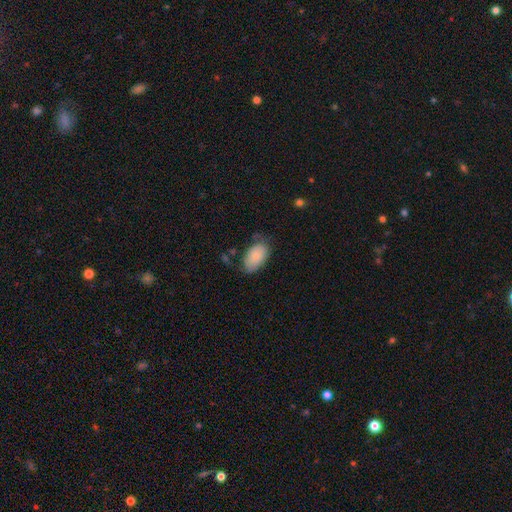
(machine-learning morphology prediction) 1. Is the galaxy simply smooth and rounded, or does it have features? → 85% smooth, 9% featured or disk, 6% star or artifact.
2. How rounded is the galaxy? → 94% in between, 5% round, 1% cigar-shaped.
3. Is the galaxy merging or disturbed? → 59% none, 29% minor disturbance, 9% major disturbance, 3% merger.